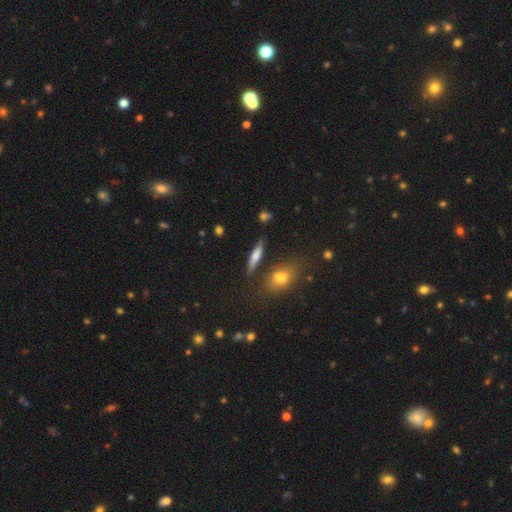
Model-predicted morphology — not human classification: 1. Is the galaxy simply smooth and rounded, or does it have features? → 60% smooth, 31% featured or disk, 9% star or artifact.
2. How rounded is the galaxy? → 75% cigar-shaped, 21% in between, 4% round.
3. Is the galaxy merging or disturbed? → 77% none, 12% minor disturbance, 7% merger, 4% major disturbance.